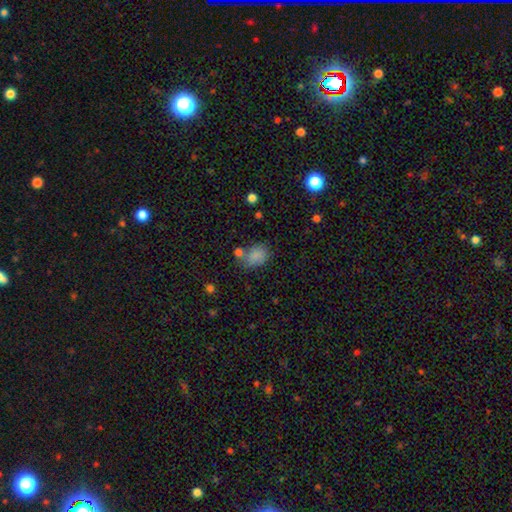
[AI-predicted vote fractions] The model was most divided on "how rounded": in between: 67%, round: 31%, cigar-shaped: 1%. More confident: smooth or featured — smooth (82%); merging — none (57%).